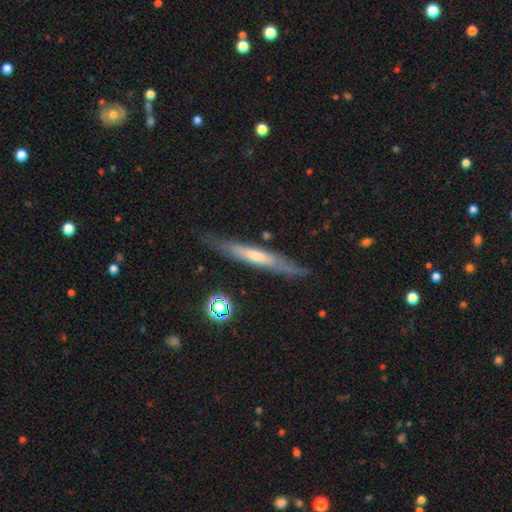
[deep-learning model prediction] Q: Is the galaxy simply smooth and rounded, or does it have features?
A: featured or disk — 57%.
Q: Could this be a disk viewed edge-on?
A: yes — 82%.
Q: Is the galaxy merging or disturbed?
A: none — 78%.